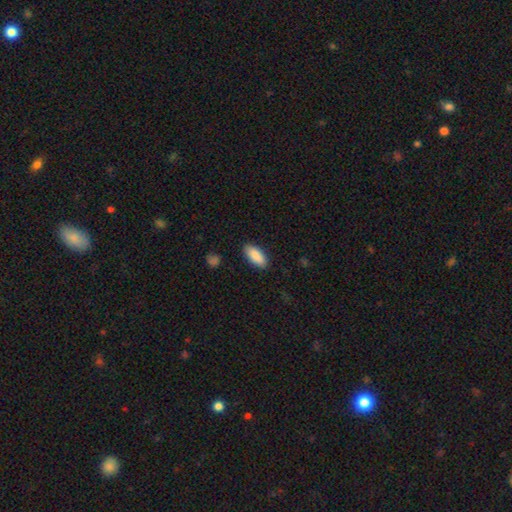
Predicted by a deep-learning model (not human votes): smooth_or_featured: smooth (p=0.90) [alt: star or artifact p=0.06]
how_rounded: in between (p=0.87) [alt: cigar-shaped p=0.12]
merging: none (p=0.88) [alt: minor disturbance p=0.09]